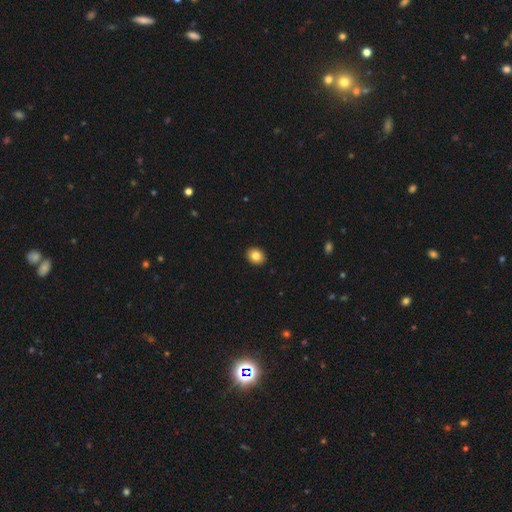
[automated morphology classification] This is clearly a smooth galaxy (83%). How rounded: possibly round (55%). Merging: clearly none (92%).